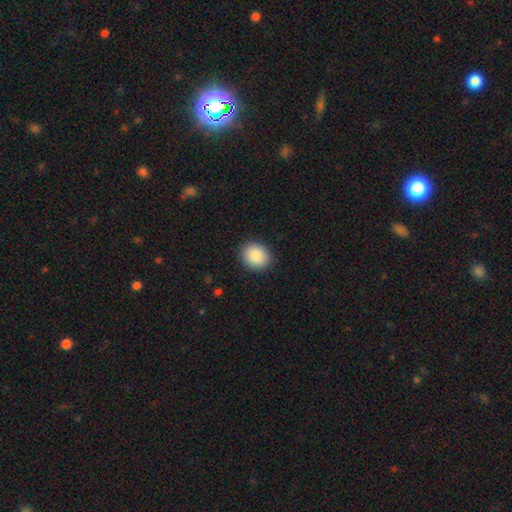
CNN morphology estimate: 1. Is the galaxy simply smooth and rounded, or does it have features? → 89% smooth, 7% star or artifact, 3% featured or disk.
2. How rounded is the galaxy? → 66% round, 33% in between, 1% cigar-shaped.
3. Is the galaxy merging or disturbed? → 90% none, 7% minor disturbance, 2% major disturbance, 1% merger.